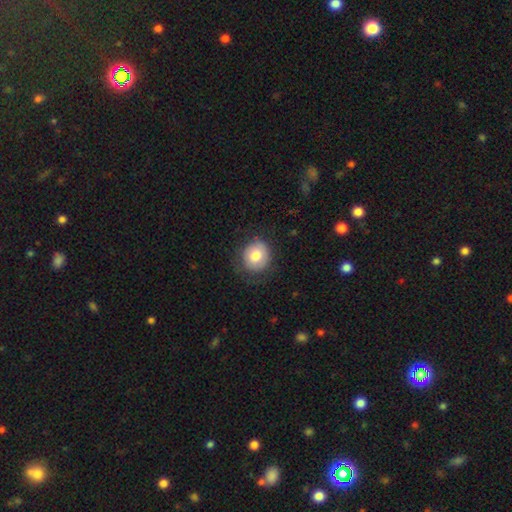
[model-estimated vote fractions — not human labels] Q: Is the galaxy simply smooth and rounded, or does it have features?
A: smooth — 75%.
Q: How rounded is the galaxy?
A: round — 81%.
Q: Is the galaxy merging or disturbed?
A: none — 76%.